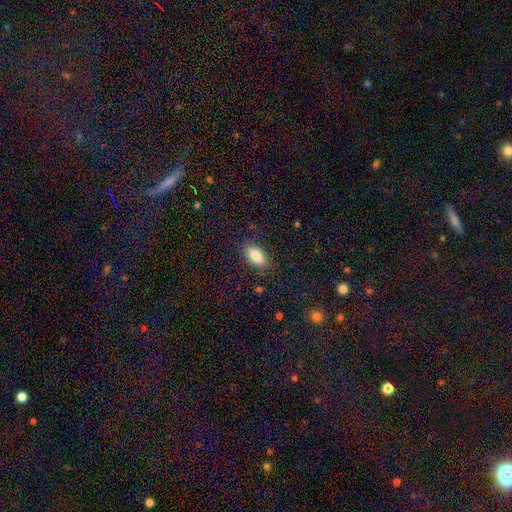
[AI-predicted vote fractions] Smooth or featured: smooth — 83% (featured or disk — 9%)
How rounded: in between — 86% (cigar-shaped — 11%)
Merging: none — 82% (minor disturbance — 13%)